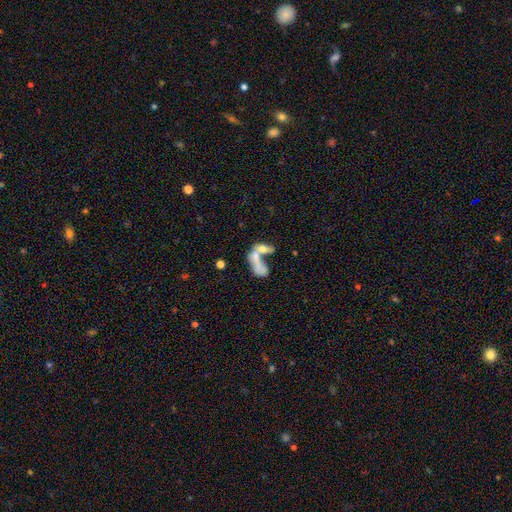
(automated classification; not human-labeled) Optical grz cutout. It shows a smooth galaxy with no disk features (55%) that is in between round and cigar-shaped (73%). Merging: merger (65%).